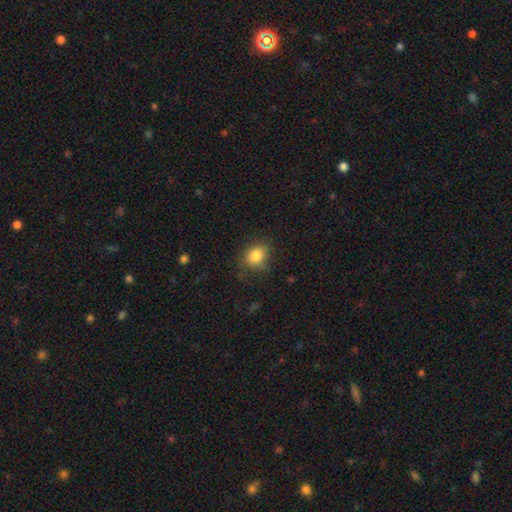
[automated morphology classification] smooth 84%, star or artifact 10%, featured or disk 6%. Down the decision tree: how rounded — in between (55%); merging — none (75%).